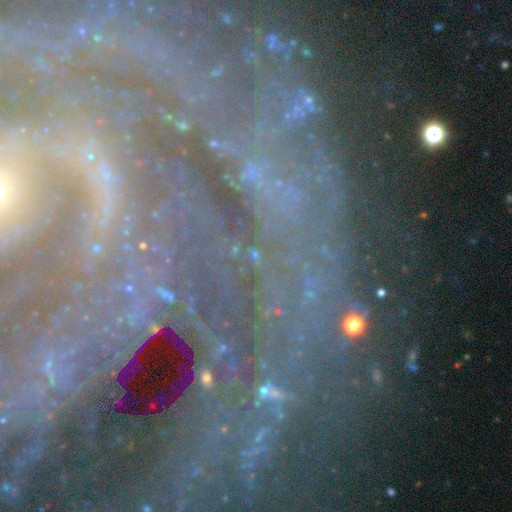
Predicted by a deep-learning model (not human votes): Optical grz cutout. It shows a star or artifact, not a galaxy (66%).